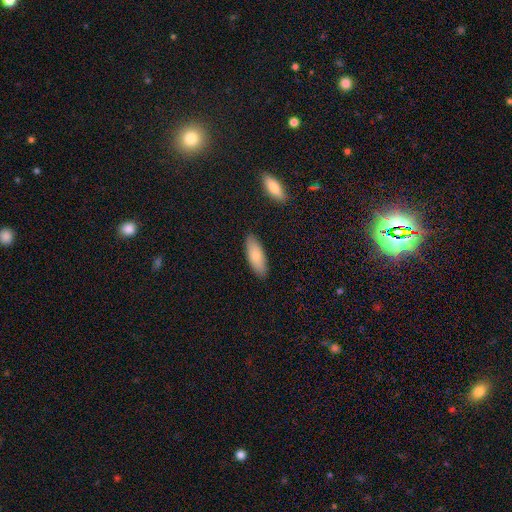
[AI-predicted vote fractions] The model was most divided on "how rounded": in between: 71%, cigar-shaped: 27%, round: 2%. More confident: merging — none (88%); smooth or featured — smooth (83%).